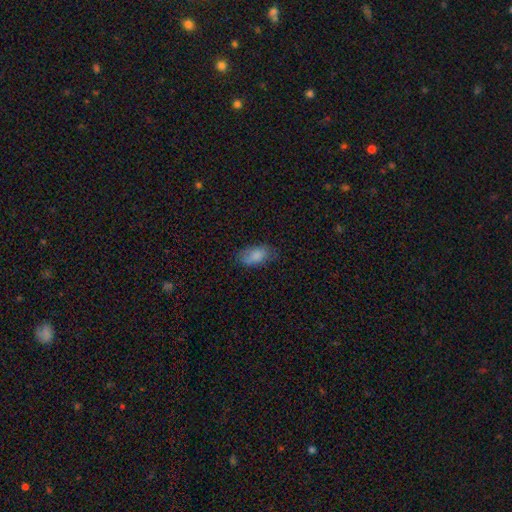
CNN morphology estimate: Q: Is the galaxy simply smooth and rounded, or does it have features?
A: smooth — 83%.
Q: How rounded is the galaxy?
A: in between — 92%.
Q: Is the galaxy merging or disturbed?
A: none — 70%.